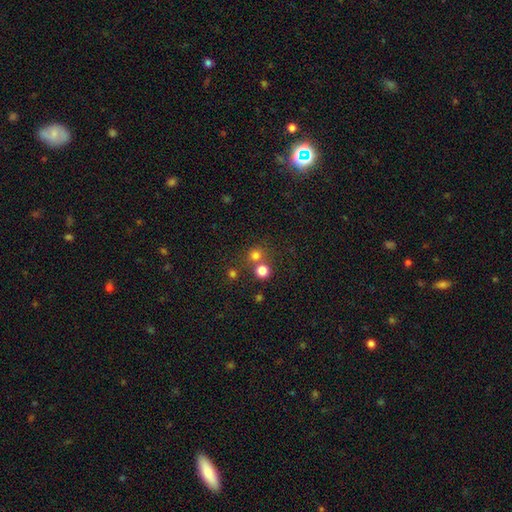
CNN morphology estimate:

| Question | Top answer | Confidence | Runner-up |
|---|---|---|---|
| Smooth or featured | smooth | 75% | star or artifact (18%) |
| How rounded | round | 91% | in between (8%) |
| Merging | none | 63% | merger (29%) |